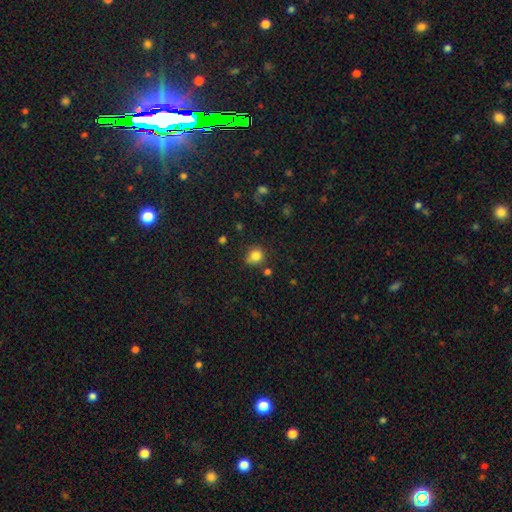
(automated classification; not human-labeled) Morphology: type=smooth (83%); roundness=round (82%); merging=none (74%).